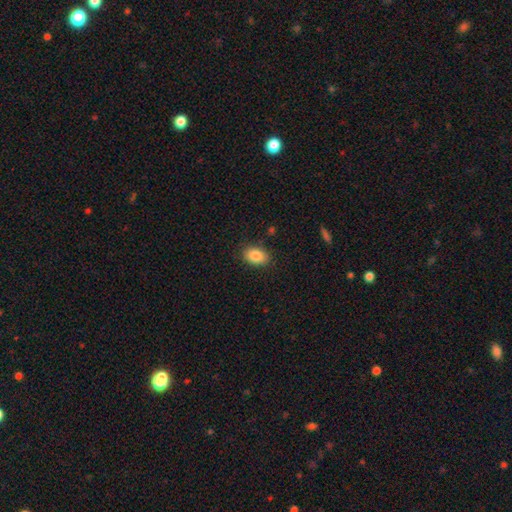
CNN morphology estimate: type=smooth (86%); roundness=in between (82%); merging=none (86%).